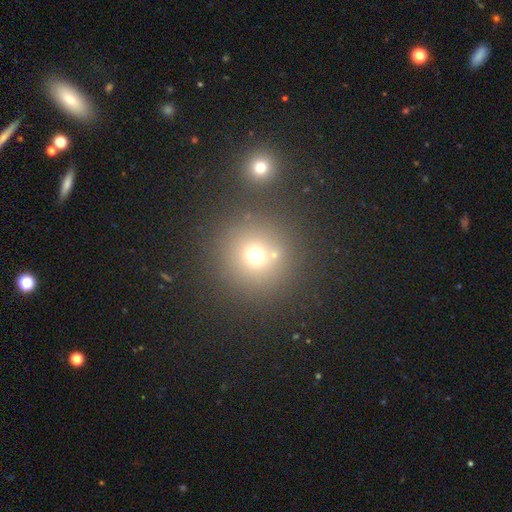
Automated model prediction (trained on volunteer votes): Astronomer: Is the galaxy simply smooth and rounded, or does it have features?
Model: smooth — 69%.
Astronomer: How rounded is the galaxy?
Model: round — 93%.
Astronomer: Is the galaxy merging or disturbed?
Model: none — 74%.